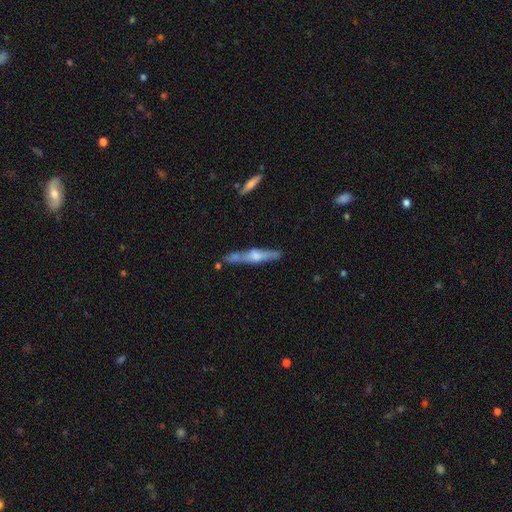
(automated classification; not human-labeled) Q: Smooth or featured?
A: featured or disk (55%); runner-up: smooth (39%)
Q: Edge-on disk?
A: yes (90%); runner-up: no (10%)
Q: Edge-on bulge?
A: rounded (74%); runner-up: boxy (15%)
Q: Merging?
A: none (65%); runner-up: minor disturbance (18%)